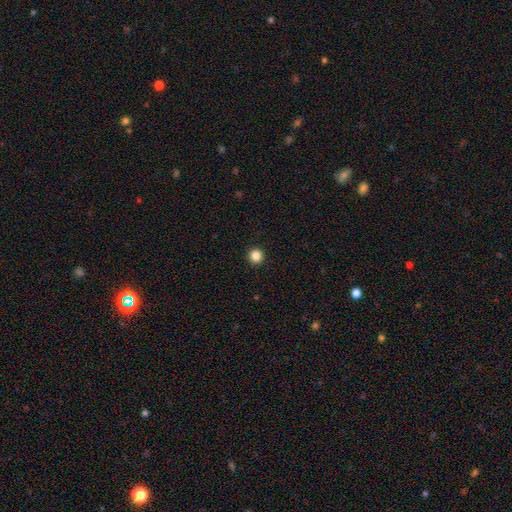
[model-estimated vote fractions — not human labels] This is clearly a smooth galaxy (86%). How rounded: clearly round (95%). Merging: clearly none (94%).